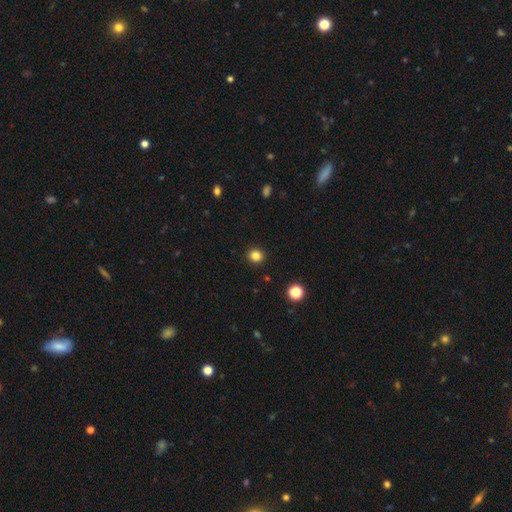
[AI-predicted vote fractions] smooth 83%, star or artifact 13%, featured or disk 4%. Down the decision tree: how rounded — round (91%); merging — none (92%).